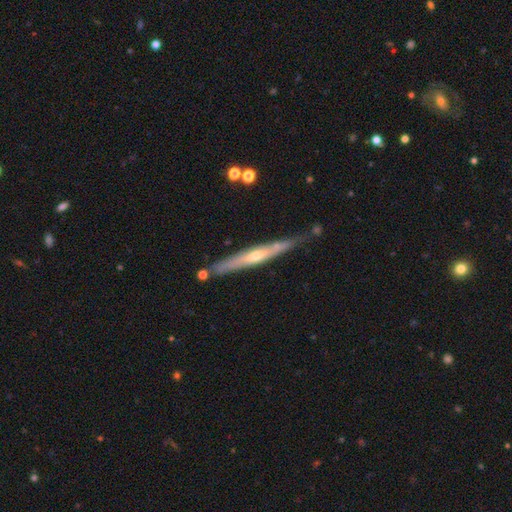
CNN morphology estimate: Smooth or featured? featured or disk (72%)
Edge-on disk? yes (94%)
Edge-on bulge? rounded (69%)
Merging? none (78%)